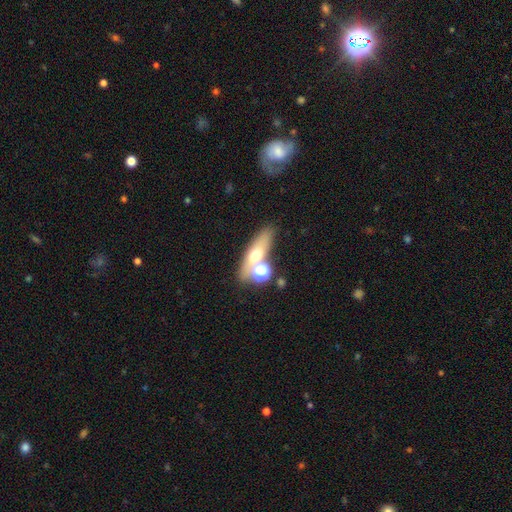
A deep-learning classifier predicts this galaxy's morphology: The model was most divided on "how rounded": in between: 46%, cigar-shaped: 32%, round: 21%. More confident: merging — none (60%); smooth or featured — smooth (54%).